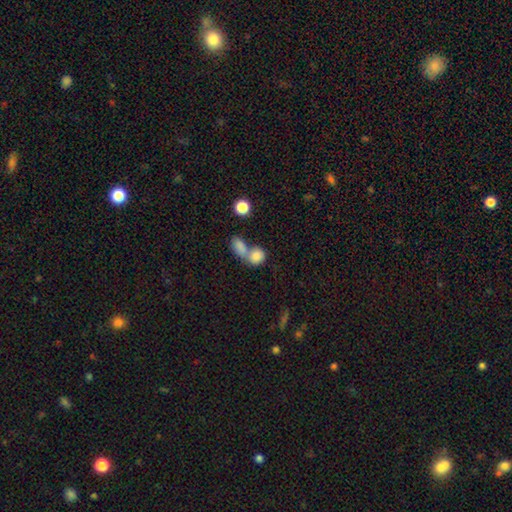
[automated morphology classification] smooth_or_featured: smooth (p=0.82) [alt: featured or disk p=0.09]
how_rounded: round (p=0.52) [alt: in between p=0.46]
merging: merger (p=0.64) [alt: none p=0.25]